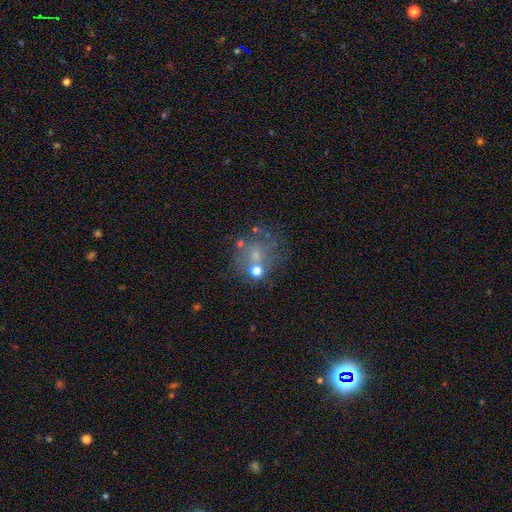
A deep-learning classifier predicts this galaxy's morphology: Overall: featured or disk (39%; smooth 33%). Merging: none (52%; major disturbance 17%).